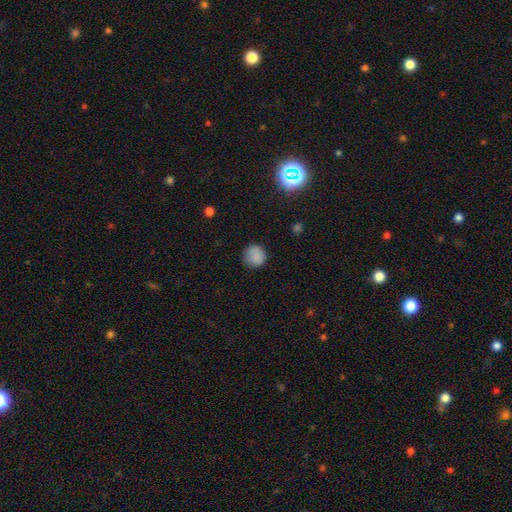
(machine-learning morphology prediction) Smooth or featured? Predicted: smooth (p=0.84). How rounded? Predicted: round (p=0.90). Merging? Predicted: none (p=0.82).